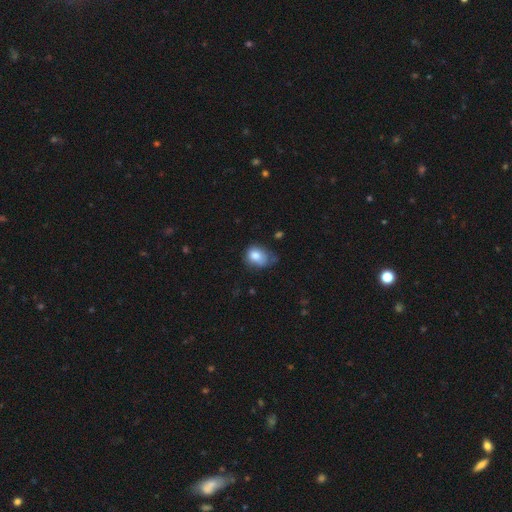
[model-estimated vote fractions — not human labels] This is likely a smooth galaxy (80%). How rounded: possibly in between (50%). Merging: marginally minor disturbance (40%).